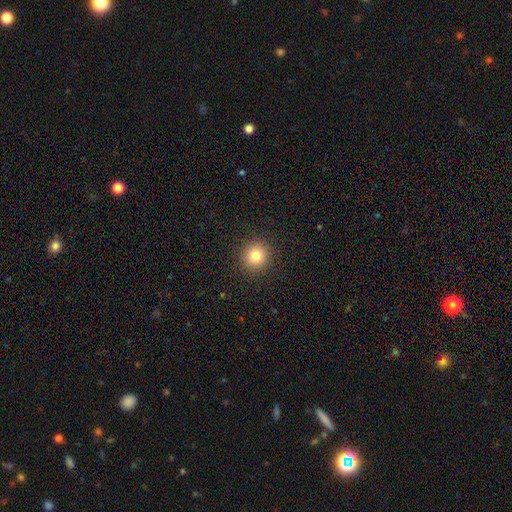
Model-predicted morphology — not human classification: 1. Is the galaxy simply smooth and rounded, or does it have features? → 81% smooth, 12% star or artifact, 7% featured or disk.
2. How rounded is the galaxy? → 92% round, 7% in between, 1% cigar-shaped.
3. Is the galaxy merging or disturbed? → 91% none, 5% minor disturbance, 2% major disturbance, 1% merger.